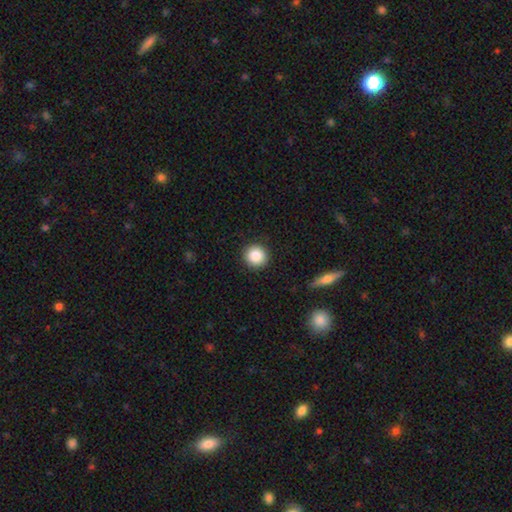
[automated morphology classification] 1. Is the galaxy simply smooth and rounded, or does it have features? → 87% smooth, 9% star or artifact, 4% featured or disk.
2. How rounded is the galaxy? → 94% round, 5% in between, 1% cigar-shaped.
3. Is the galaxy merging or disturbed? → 92% none, 6% minor disturbance, 2% major disturbance, 1% merger.